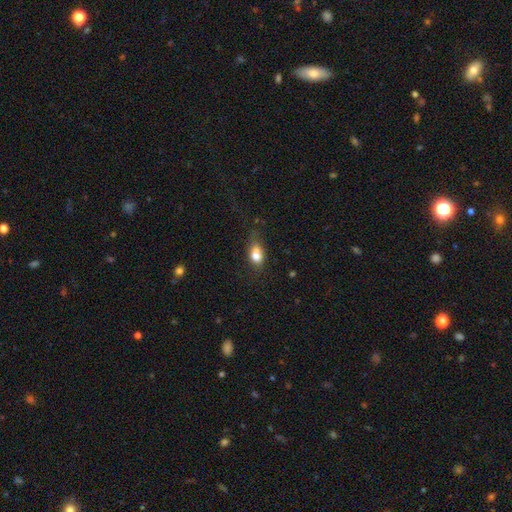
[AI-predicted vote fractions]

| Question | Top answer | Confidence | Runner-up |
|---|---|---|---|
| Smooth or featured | smooth | 75% | featured or disk (15%) |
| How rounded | in between | 72% | round (24%) |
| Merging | none | 40% | minor disturbance (26%) |